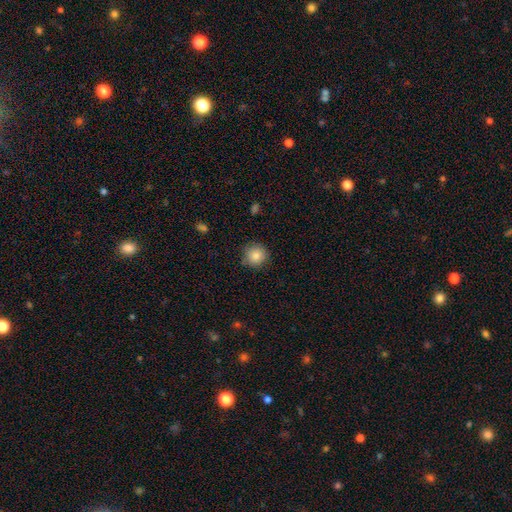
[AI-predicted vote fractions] smooth-or-featured: smooth: 83% | star or artifact: 9% | featured or disk: 7%
  how-rounded: round: 93% | in between: 6% | cigar-shaped: 1%
  merging: none: 83% | minor disturbance: 13% | major disturbance: 3% | merger: 1%